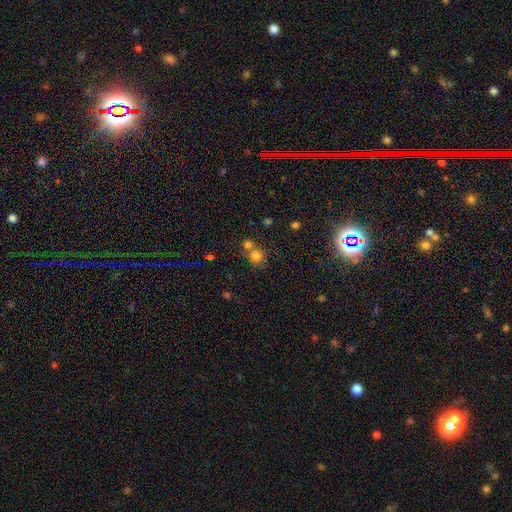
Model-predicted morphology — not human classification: This appears to be a smooth galaxy with no disk features (76%) that is round (84%). Merging: none (49%).